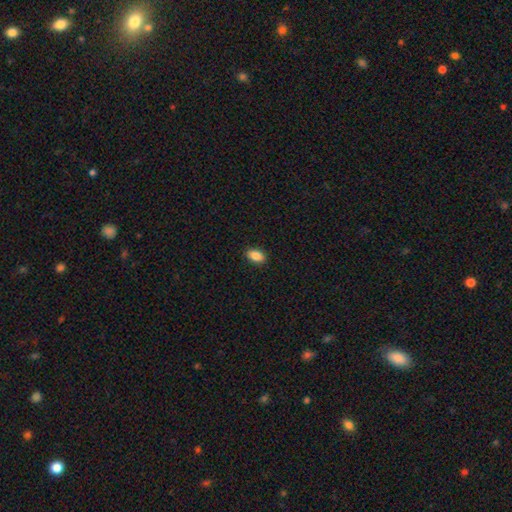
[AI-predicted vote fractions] Q: Smooth or featured?
A: smooth (88%); runner-up: star or artifact (8%)
Q: How rounded?
A: in between (91%); runner-up: round (7%)
Q: Merging?
A: none (90%); runner-up: minor disturbance (8%)